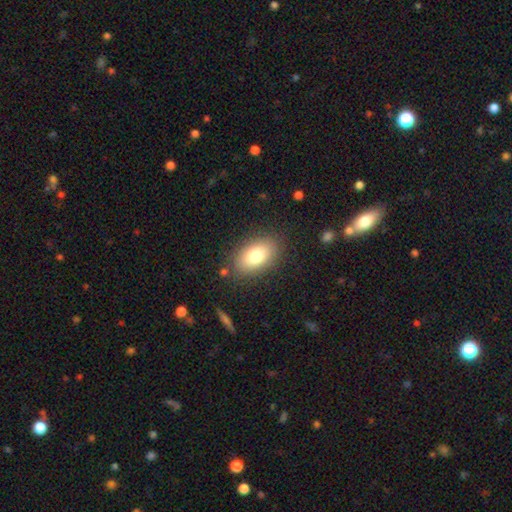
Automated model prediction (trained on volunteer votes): A smooth galaxy with no disk features (80%) that is in between round and cigar-shaped (92%).

Vote fractions:
- Smooth or featured? smooth: 80% / featured or disk: 12% / star or artifact: 8%
- How rounded? in between: 92% / round: 6% / cigar-shaped: 2%
- Merging? none: 84% / minor disturbance: 11% / major disturbance: 3% / merger: 2%